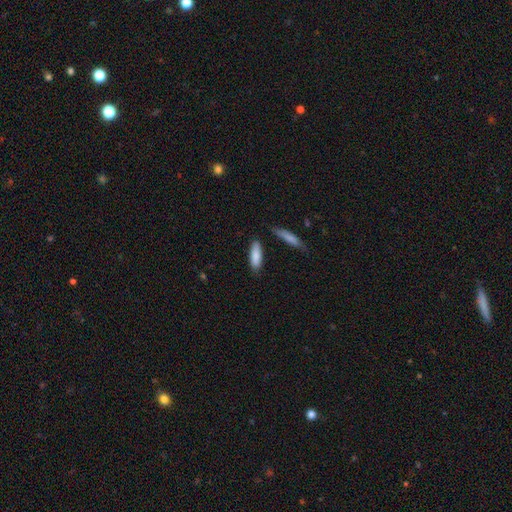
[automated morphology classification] This is clearly a smooth galaxy (85%). How rounded: possibly in between (50%). Merging: likely none (78%).